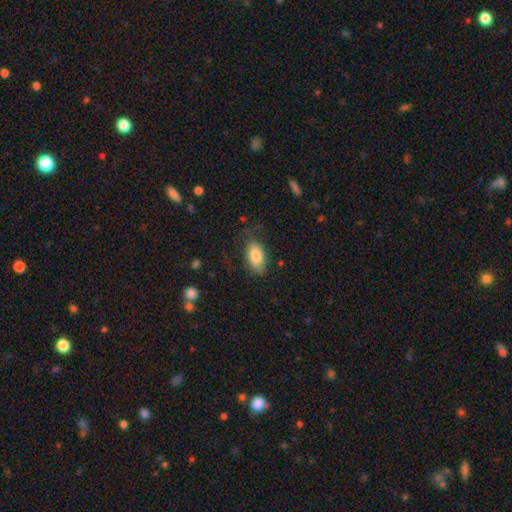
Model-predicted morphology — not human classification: This is clearly a smooth galaxy (82%). How rounded: clearly in between (92%). Merging: likely none (69%).